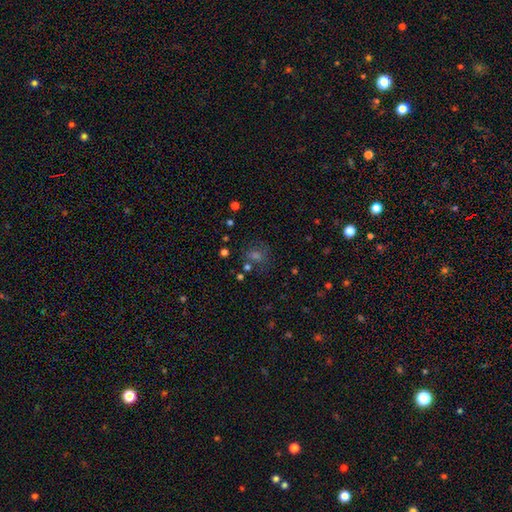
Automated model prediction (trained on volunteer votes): Smooth or featured?
  - smooth: 43% *
  - star or artifact: 40%
  - featured or disk: 17%
Merging?
  - none: 72% *
  - minor disturbance: 14%
  - major disturbance: 7%
  - merger: 7%